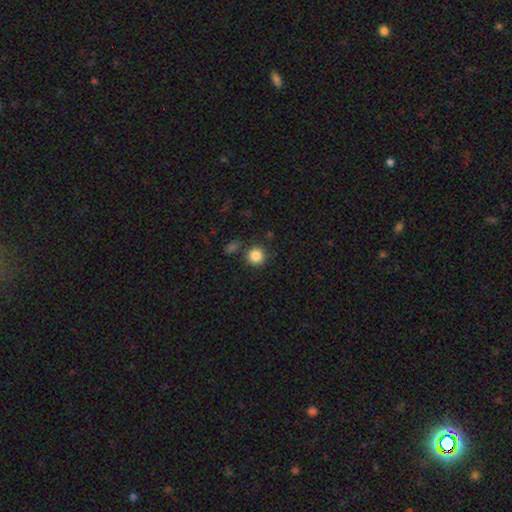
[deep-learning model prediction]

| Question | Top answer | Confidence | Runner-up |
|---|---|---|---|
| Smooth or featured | smooth | 86% | star or artifact (10%) |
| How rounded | round | 93% | in between (6%) |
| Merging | none | 84% | minor disturbance (8%) |